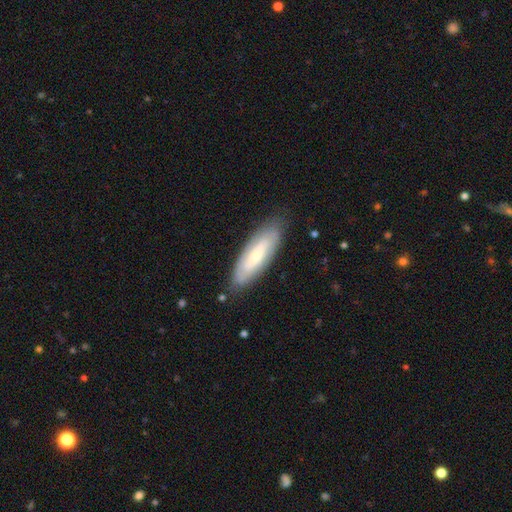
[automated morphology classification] smooth_or_featured: smooth (p=0.48) [alt: featured or disk p=0.46]
merging: none (p=0.82) [alt: minor disturbance p=0.14]